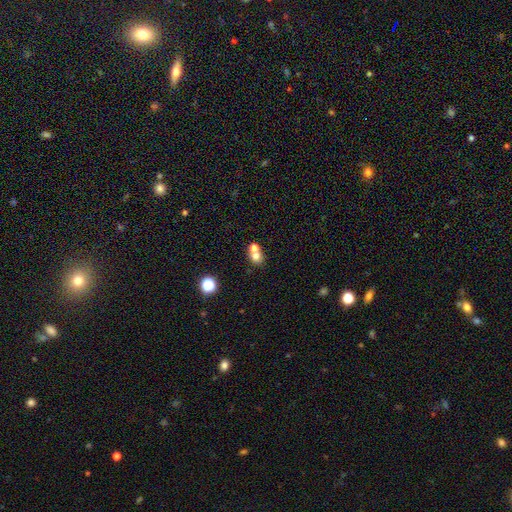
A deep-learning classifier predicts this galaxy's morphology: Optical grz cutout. It shows a smooth galaxy with no disk features (72%) that is round (72%). Merging: merger (48%).